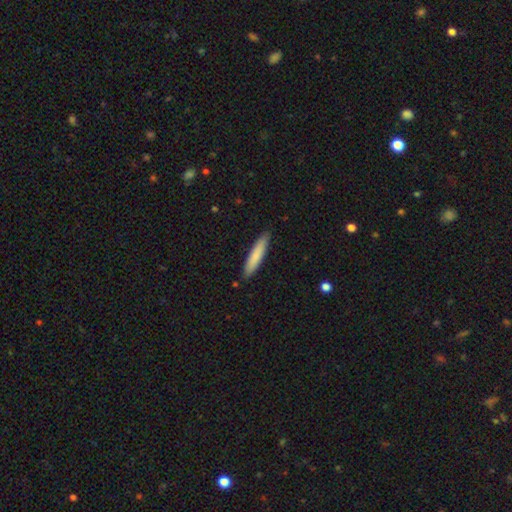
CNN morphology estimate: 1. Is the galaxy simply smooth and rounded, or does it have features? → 79% smooth, 16% featured or disk, 5% star or artifact.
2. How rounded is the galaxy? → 90% cigar-shaped, 9% in between, 1% round.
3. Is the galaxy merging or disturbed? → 88% none, 9% minor disturbance, 2% major disturbance, 1% merger.